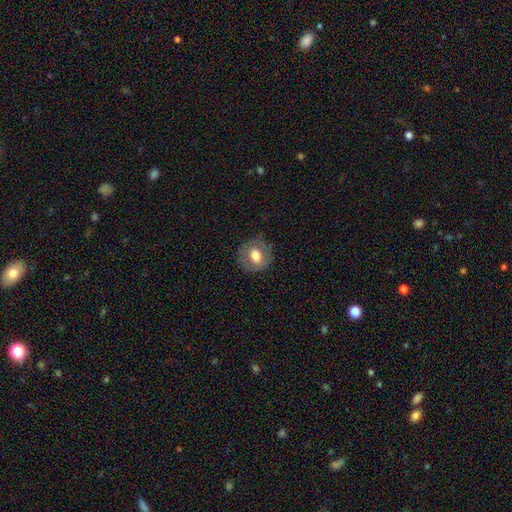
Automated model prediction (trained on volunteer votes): Q: Smooth or featured?
A: smooth (62%); runner-up: featured or disk (30%)
Q: How rounded?
A: round (73%); runner-up: in between (26%)
Q: Merging?
A: none (78%); runner-up: minor disturbance (15%)